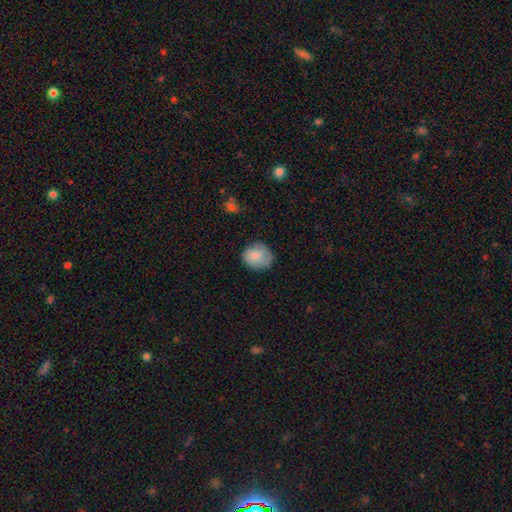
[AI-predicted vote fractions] Morphology: type=smooth (82%); roundness=round (68%); merging=none (67%).